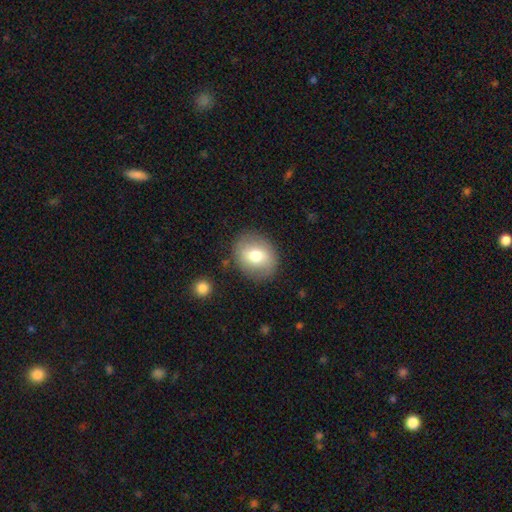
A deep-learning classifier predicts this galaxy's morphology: This is likely a smooth galaxy (70%). How rounded: possibly round (59%). Merging: clearly none (83%).